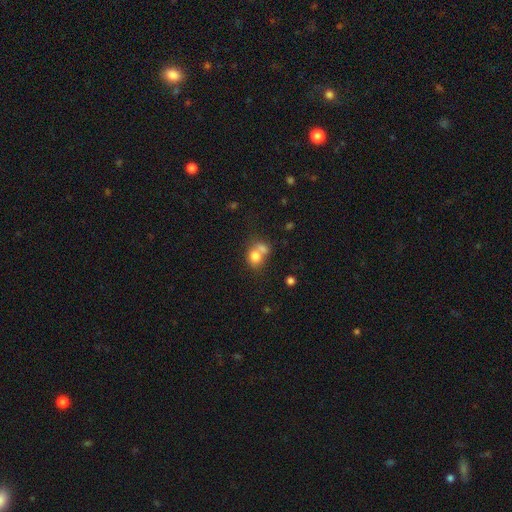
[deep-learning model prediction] A smooth galaxy with no disk features (76%) that is round (53%).

Vote fractions:
- Smooth or featured? smooth: 76% / featured or disk: 14% / star or artifact: 10%
- How rounded? round: 53% / in between: 46% / cigar-shaped: 1%
- Merging? merger: 56% / none: 29% / minor disturbance: 10% / major disturbance: 6%